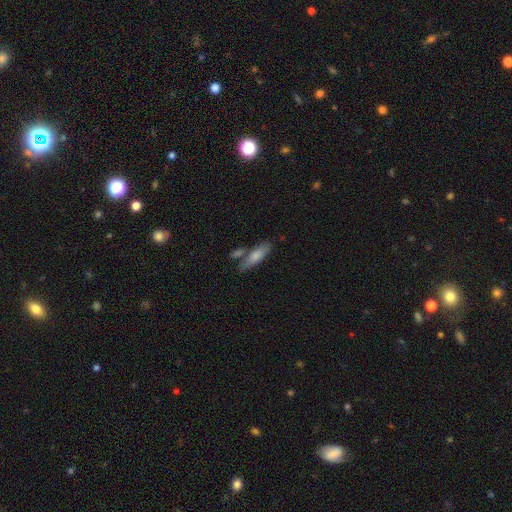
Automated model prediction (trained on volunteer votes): The model was most divided on "how rounded": cigar-shaped: 59%, in between: 39%, round: 2%. More confident: smooth or featured — smooth (72%); merging — none (59%).